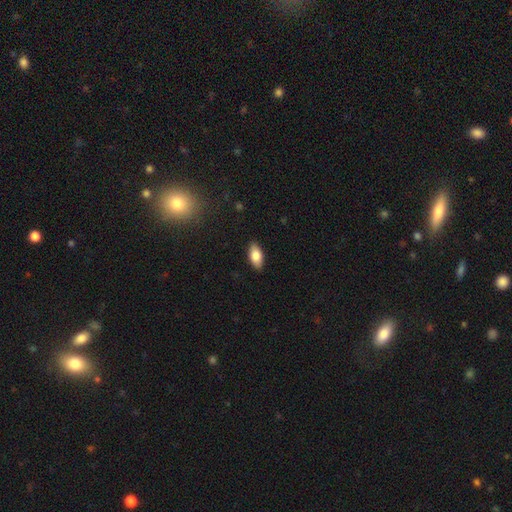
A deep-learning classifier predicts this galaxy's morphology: This is clearly a smooth galaxy (81%). How rounded: clearly in between (90%). Merging: clearly none (88%).